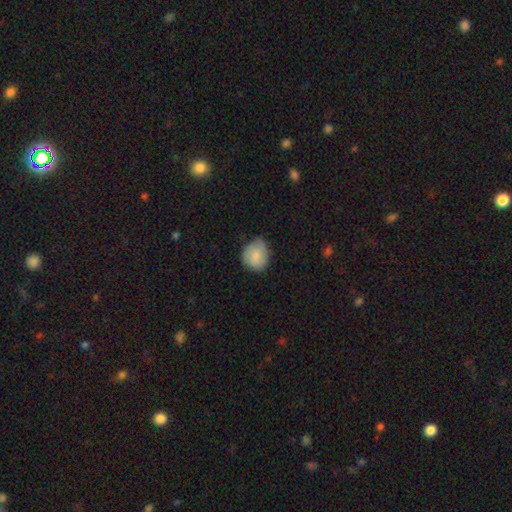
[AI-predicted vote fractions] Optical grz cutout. It shows a smooth galaxy with no disk features (81%) that is round (67%). Merging: none (59%).